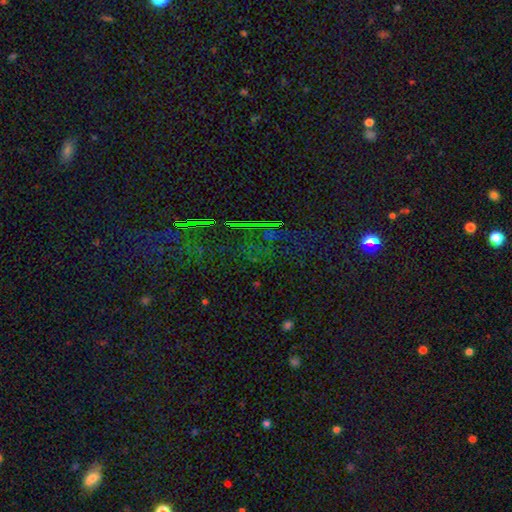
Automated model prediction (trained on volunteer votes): A star or artifact, not a galaxy (79%).

Vote fractions:
- Smooth or featured? star or artifact: 79% / smooth: 13% / featured or disk: 8%